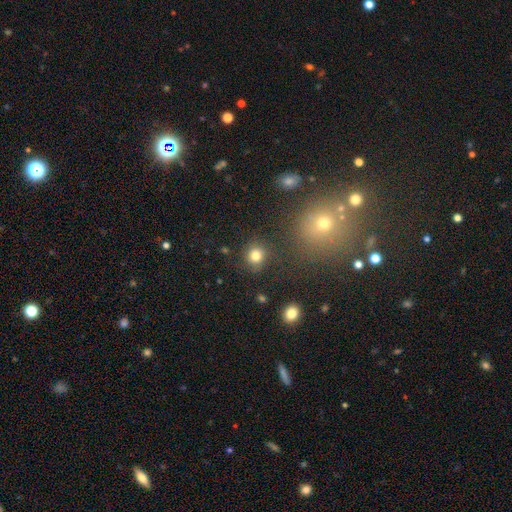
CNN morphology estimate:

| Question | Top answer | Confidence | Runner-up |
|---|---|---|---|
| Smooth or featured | smooth | 81% | star or artifact (13%) |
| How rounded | round | 86% | in between (13%) |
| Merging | none | 85% | minor disturbance (9%) |